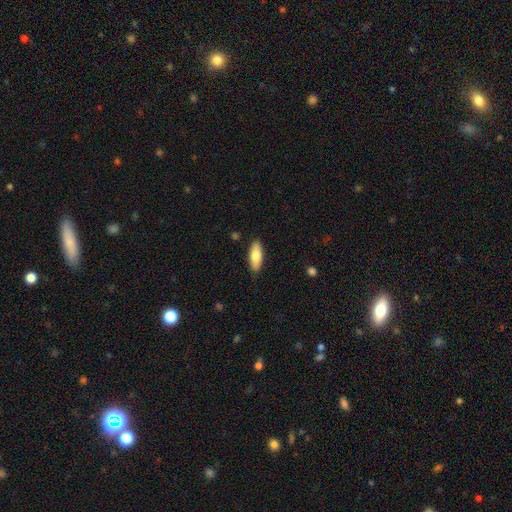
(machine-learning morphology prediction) Overall: smooth (79%). How rounded: in between (74%). Merging: none (89%).